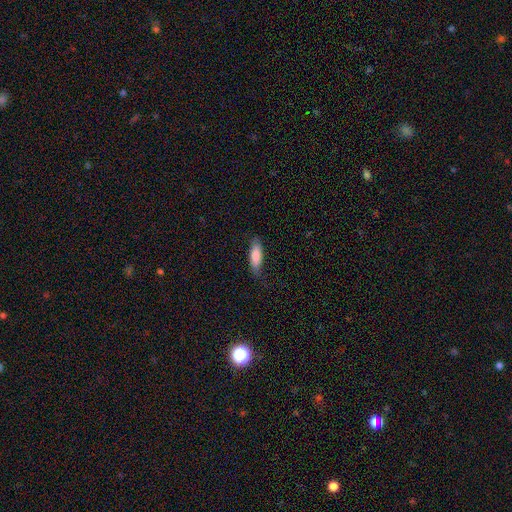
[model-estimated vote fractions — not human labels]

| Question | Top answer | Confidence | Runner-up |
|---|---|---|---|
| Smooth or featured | smooth | 83% | featured or disk (12%) |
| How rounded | in between | 57% | cigar-shaped (42%) |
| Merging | none | 78% | minor disturbance (17%) |